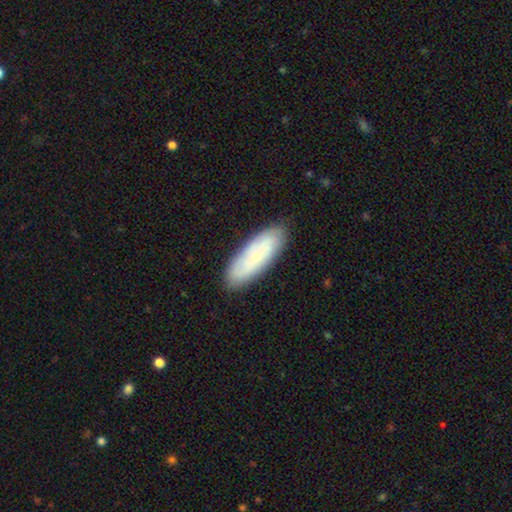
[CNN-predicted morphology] Smooth or featured? Predicted: smooth (p=0.51). How rounded? Predicted: in between (p=0.63). Merging? Predicted: none (p=0.85).